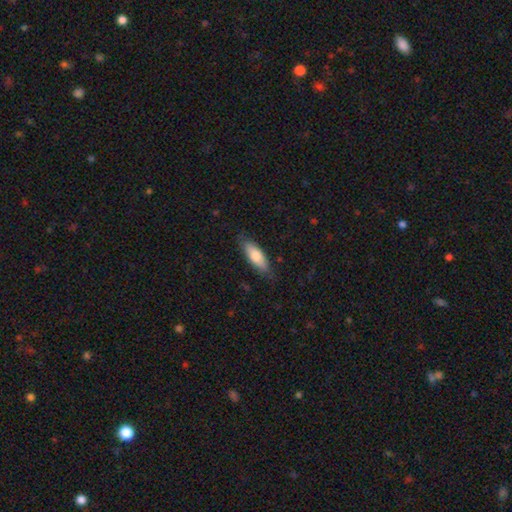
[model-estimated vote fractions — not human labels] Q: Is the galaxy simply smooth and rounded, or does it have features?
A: smooth — 73%.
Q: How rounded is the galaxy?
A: in between — 62%.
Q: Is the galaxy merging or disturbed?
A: none — 81%.